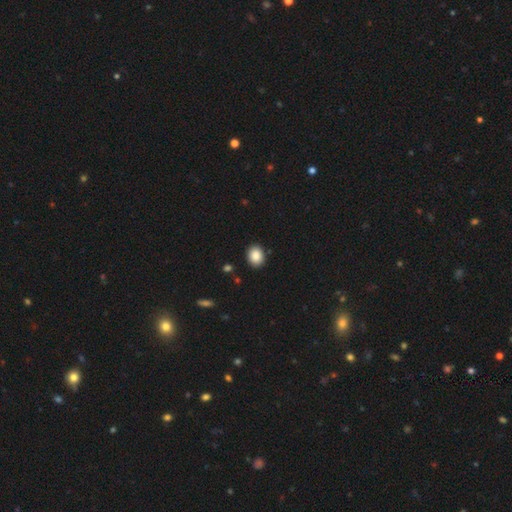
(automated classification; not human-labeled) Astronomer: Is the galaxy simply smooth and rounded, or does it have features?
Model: smooth — 87%.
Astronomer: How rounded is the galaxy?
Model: in between — 51% (runner-up: round, 48%).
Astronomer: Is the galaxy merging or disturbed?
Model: none — 90%.